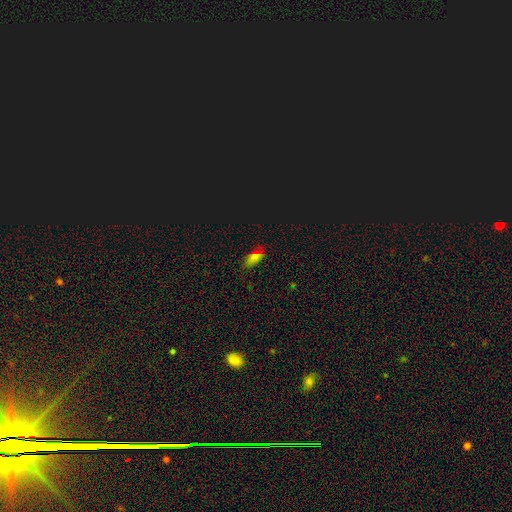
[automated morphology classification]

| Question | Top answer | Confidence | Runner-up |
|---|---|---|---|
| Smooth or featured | smooth | 62% | star or artifact (29%) |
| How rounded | in between | 82% | cigar-shaped (13%) |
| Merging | none | 67% | minor disturbance (23%) |